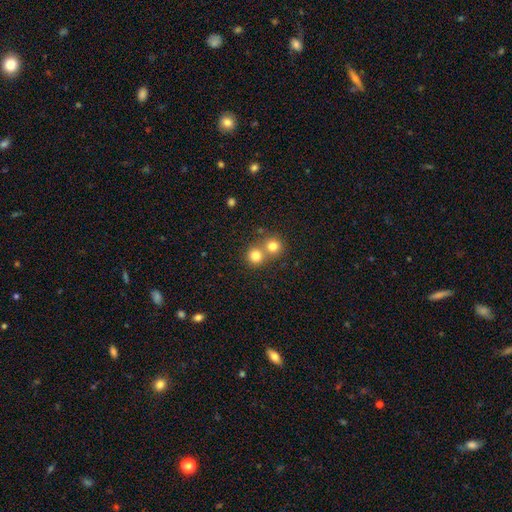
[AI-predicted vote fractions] Smooth or featured: smooth — 80% (star or artifact — 13%)
How rounded: round — 90% (in between — 9%)
Merging: none — 54% (merger — 39%)